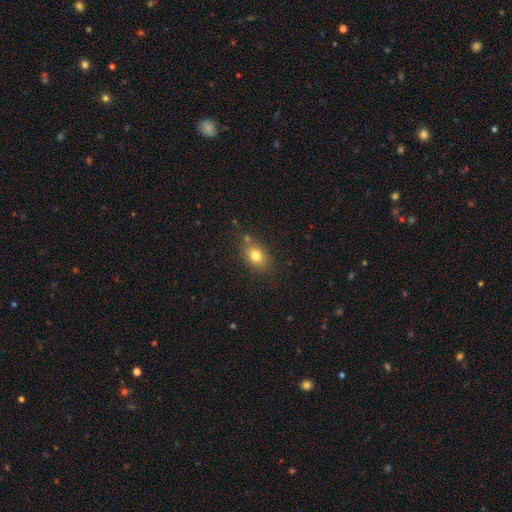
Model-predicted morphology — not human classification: Smooth or featured: smooth — 79% (star or artifact — 11%)
How rounded: in between — 62% (round — 36%)
Merging: none — 73% (minor disturbance — 15%)